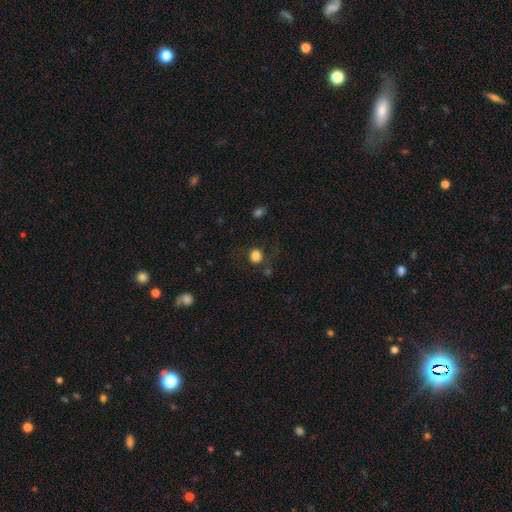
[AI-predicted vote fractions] smooth-or-featured: smooth: 83% | star or artifact: 12% | featured or disk: 5%
  how-rounded: round: 85% | in between: 14% | cigar-shaped: 1%
  merging: none: 78% | minor disturbance: 12% | major disturbance: 6% | merger: 4%